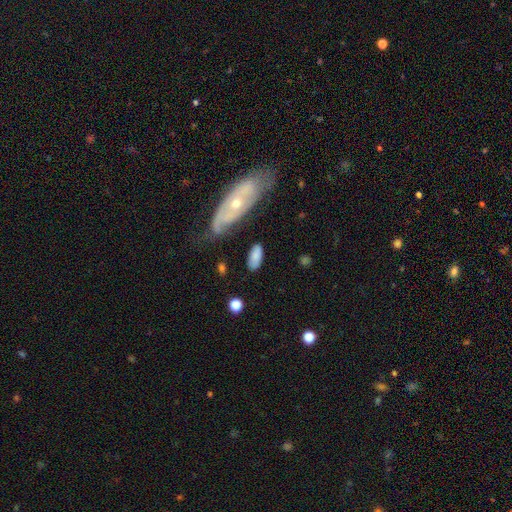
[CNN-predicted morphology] Smooth or featured? smooth (78%)
How rounded? in between (90%)
Merging? none (71%)